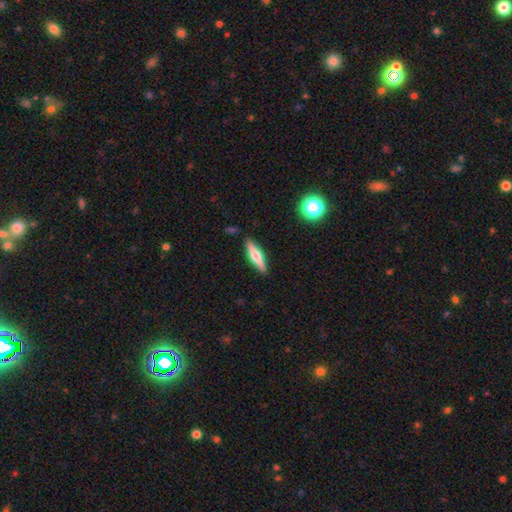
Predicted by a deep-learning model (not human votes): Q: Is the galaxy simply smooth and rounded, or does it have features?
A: featured or disk — 50%.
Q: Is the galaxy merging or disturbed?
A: none — 88%.